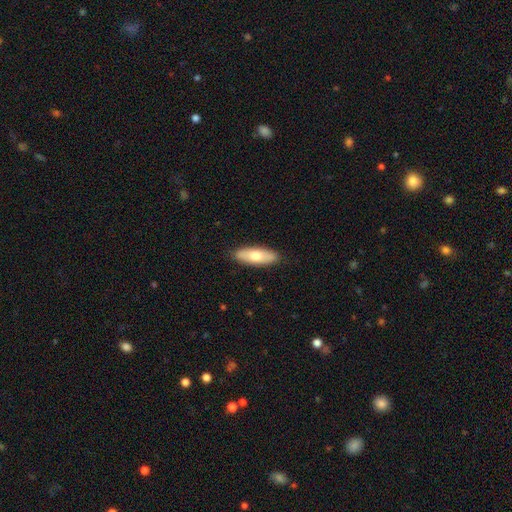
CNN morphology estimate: Smooth or featured: smooth — 68% (featured or disk — 26%)
How rounded: in between — 68% (cigar-shaped — 29%)
Merging: none — 88% (minor disturbance — 9%)